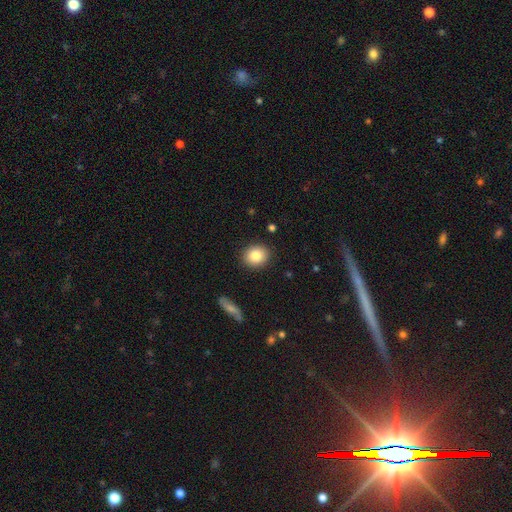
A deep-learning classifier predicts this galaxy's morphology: The model was most divided on "how rounded": round: 66%, in between: 33%, cigar-shaped: 1%. More confident: merging — none (89%); smooth or featured — smooth (83%).